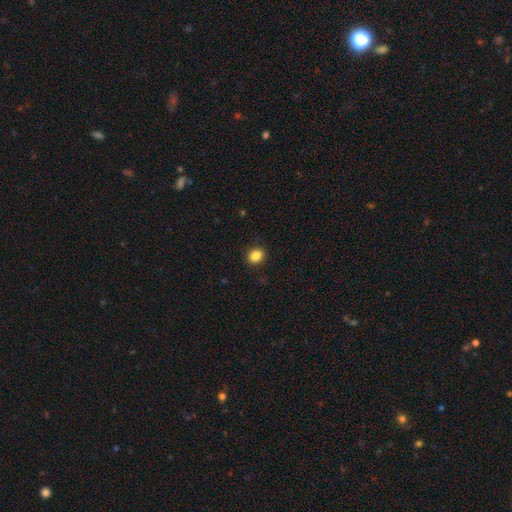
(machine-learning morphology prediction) This is clearly a smooth galaxy (87%). How rounded: possibly in between (50%). Merging: clearly none (89%).